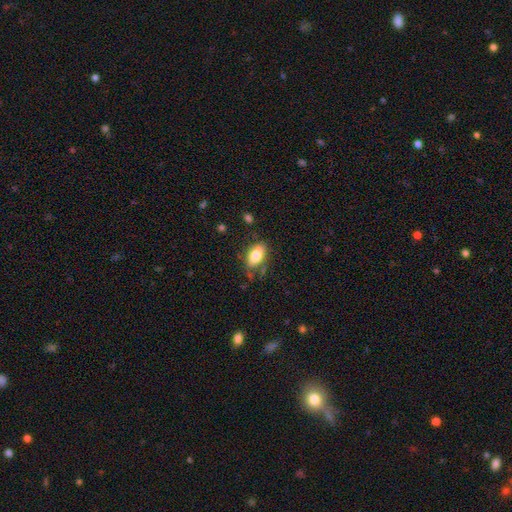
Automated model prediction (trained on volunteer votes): This appears to be a smooth galaxy with no disk features (79%) that is in between round and cigar-shaped (90%). Merging: none (73%).